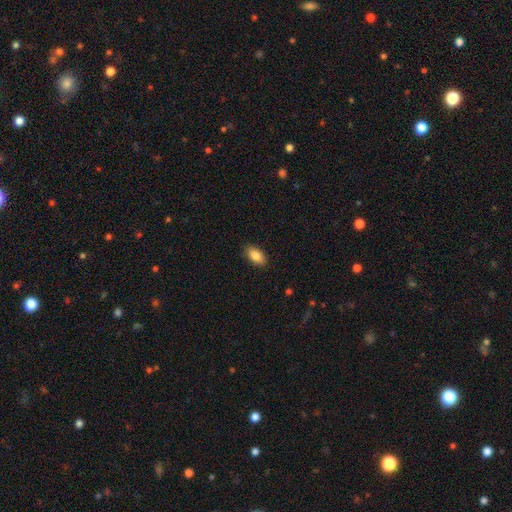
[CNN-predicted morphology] This appears to be a smooth galaxy with no disk features (86%) that is in between round and cigar-shaped (92%). Merging: none (87%).